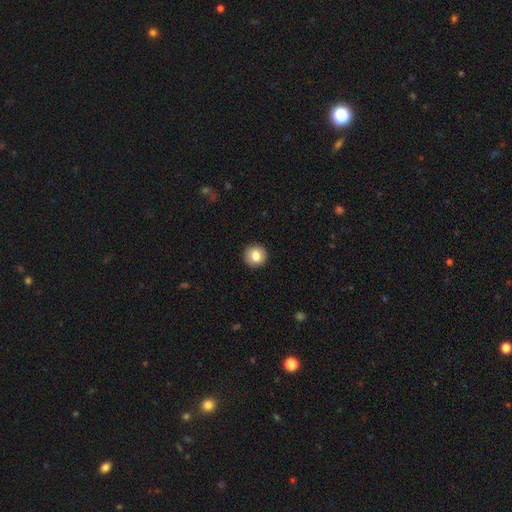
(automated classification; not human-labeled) Smooth or featured: smooth — 83% (featured or disk — 9%)
How rounded: round — 95% (in between — 5%)
Merging: none — 92% (minor disturbance — 5%)